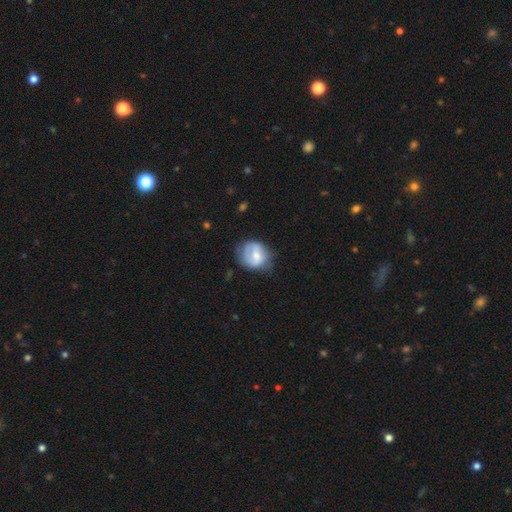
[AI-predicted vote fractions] Smooth or featured? smooth (48%)
Merging? none (55%)